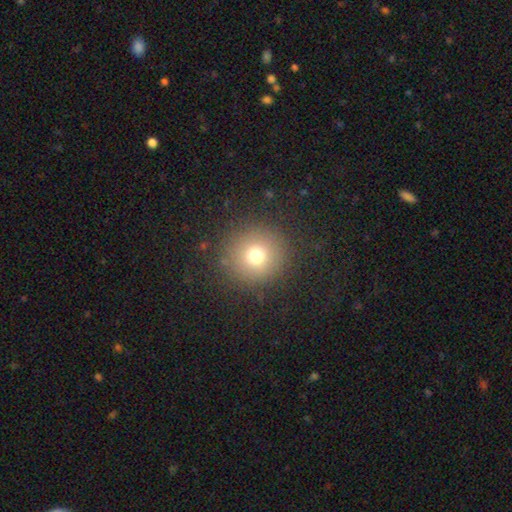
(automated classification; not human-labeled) This is likely a smooth galaxy (72%). How rounded: clearly round (95%). Merging: clearly none (87%).